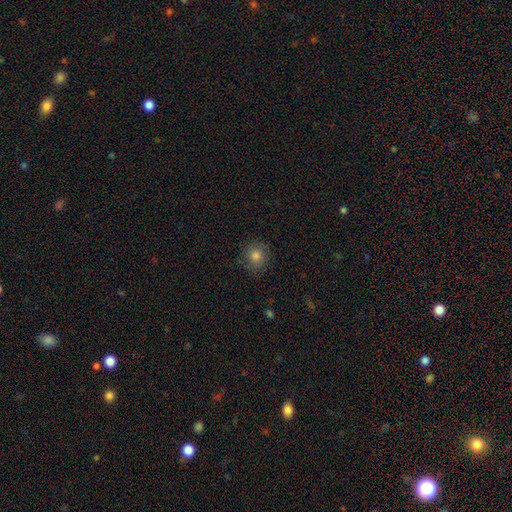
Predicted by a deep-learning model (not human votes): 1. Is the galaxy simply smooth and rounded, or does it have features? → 78% smooth, 13% star or artifact, 8% featured or disk.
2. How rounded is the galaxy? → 87% round, 12% in between, 1% cigar-shaped.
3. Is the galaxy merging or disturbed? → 85% none, 11% minor disturbance, 3% major disturbance, 1% merger.